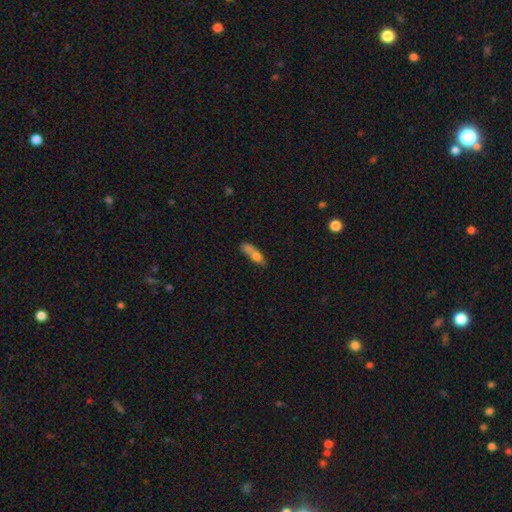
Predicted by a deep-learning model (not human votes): Smooth or featured: smooth — 66% (featured or disk — 24%)
How rounded: in between — 48% (cigar-shaped — 46%)
Merging: merger — 37% (none — 34%)